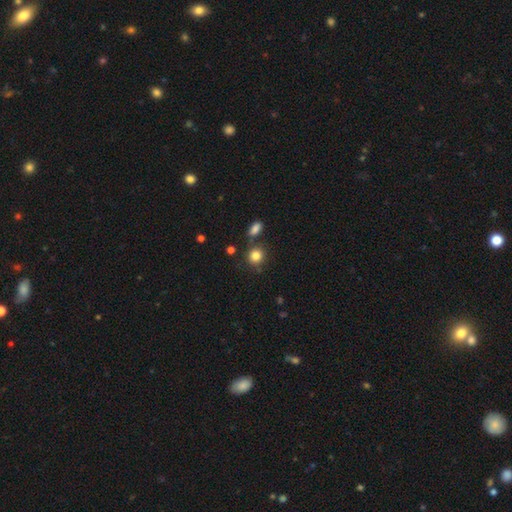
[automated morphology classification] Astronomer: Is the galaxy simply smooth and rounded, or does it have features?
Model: smooth — 83%.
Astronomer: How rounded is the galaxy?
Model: round — 85%.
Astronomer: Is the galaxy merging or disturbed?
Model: none — 76%.